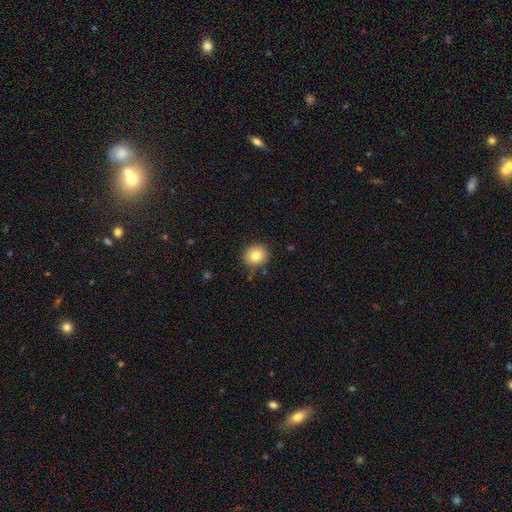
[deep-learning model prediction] smooth_or_featured: smooth (p=0.80) [alt: star or artifact p=0.11]
how_rounded: round (p=0.84) [alt: in between p=0.15]
merging: none (p=0.83) [alt: minor disturbance p=0.12]